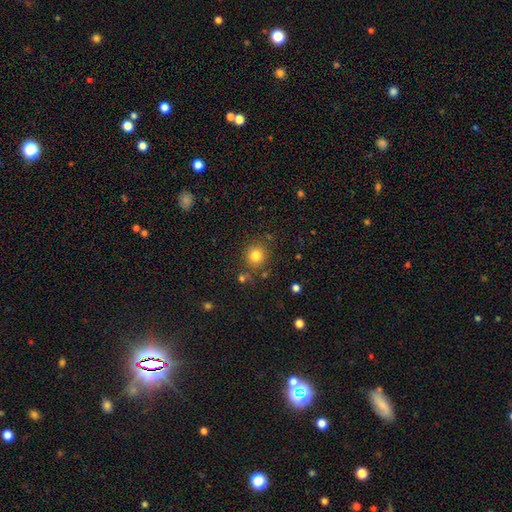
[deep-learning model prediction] This appears to be a smooth galaxy with no disk features (81%) that is round (89%). Merging: none (82%).